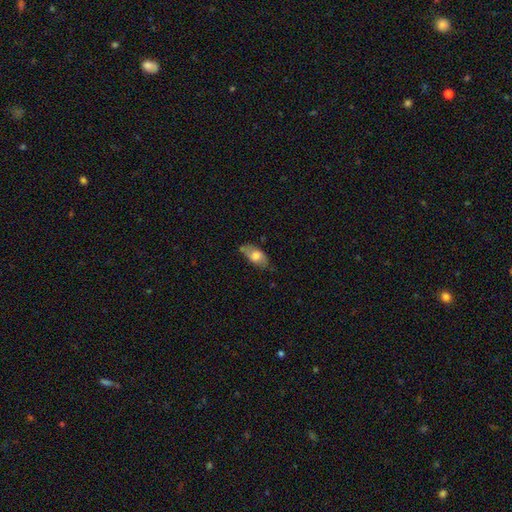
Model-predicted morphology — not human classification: A smooth galaxy with no disk features (69%) that is in between round and cigar-shaped (89%).

Vote fractions:
- Smooth or featured? smooth: 69% / featured or disk: 25% / star or artifact: 7%
- How rounded? in between: 89% / cigar-shaped: 7% / round: 4%
- Merging? none: 63% / minor disturbance: 26% / merger: 6% / major disturbance: 5%